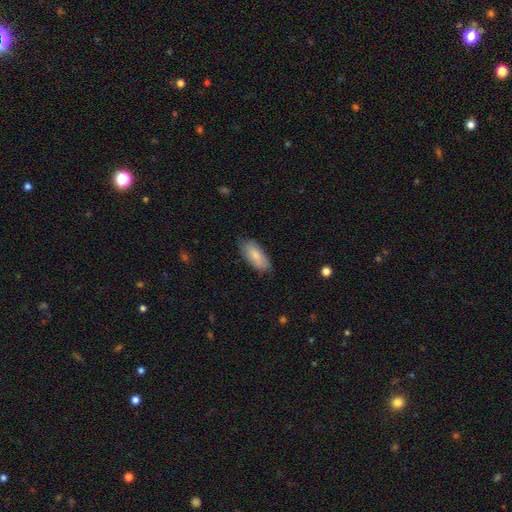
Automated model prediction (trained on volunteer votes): smooth_or_featured: smooth (p=0.82) [alt: featured or disk p=0.13]
how_rounded: in between (p=0.86) [alt: cigar-shaped p=0.12]
merging: none (p=0.75) [alt: minor disturbance p=0.20]